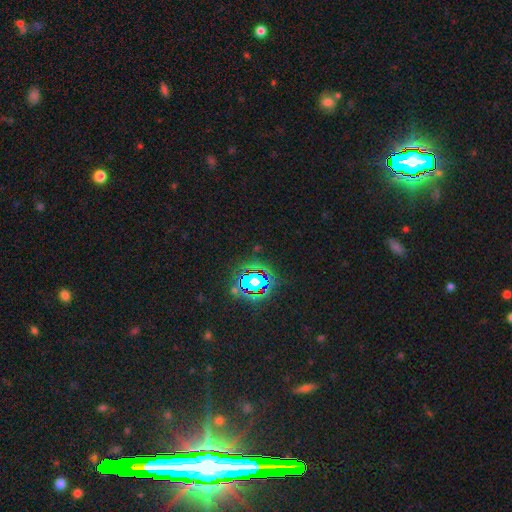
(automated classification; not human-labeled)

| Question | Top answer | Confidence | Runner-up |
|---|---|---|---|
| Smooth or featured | star or artifact | 80% | smooth (13%) |